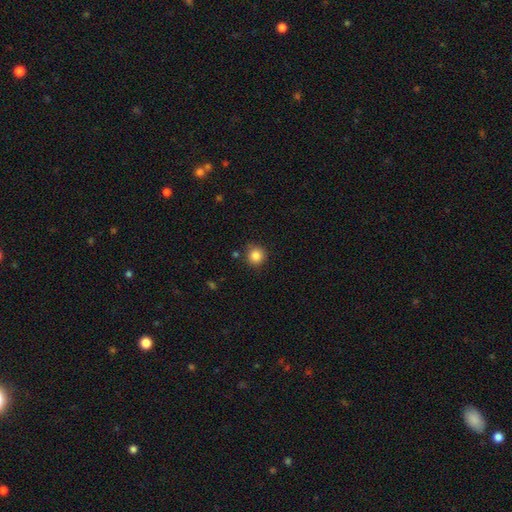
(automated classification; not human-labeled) Smooth or featured? smooth (85%)
How rounded? round (92%)
Merging? none (86%)